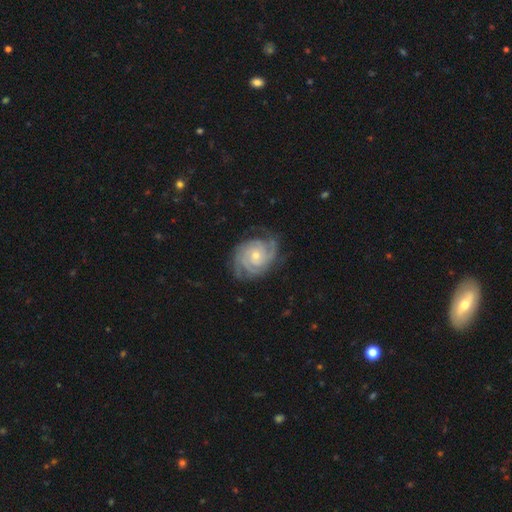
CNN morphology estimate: Smooth or featured? featured or disk (90%)
Edge-on disk? no (98%)
Bar? no (73%)
Spiral arms? yes (98%)
Spiral winding? tight (73%)
Spiral arm count? 3 (30%)
Bulge size? small (56%)
Merging? none (77%)